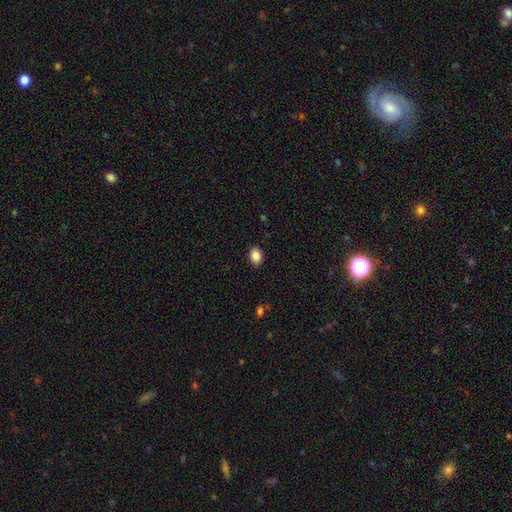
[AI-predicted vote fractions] Smooth or featured: smooth — 87% (star or artifact — 9%)
How rounded: in between — 68% (round — 31%)
Merging: none — 89% (minor disturbance — 8%)